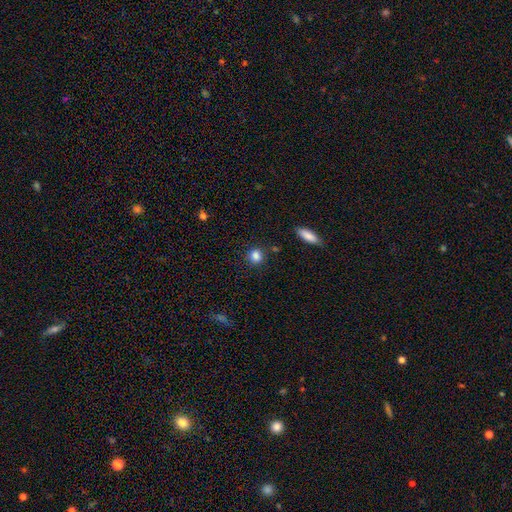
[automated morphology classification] A smooth galaxy with no disk features (86%) that is round (84%).

Vote fractions:
- Smooth or featured? smooth: 86% / star or artifact: 10% / featured or disk: 4%
- How rounded? round: 84% / in between: 14% / cigar-shaped: 2%
- Merging? none: 86% / minor disturbance: 9% / merger: 3% / major disturbance: 3%